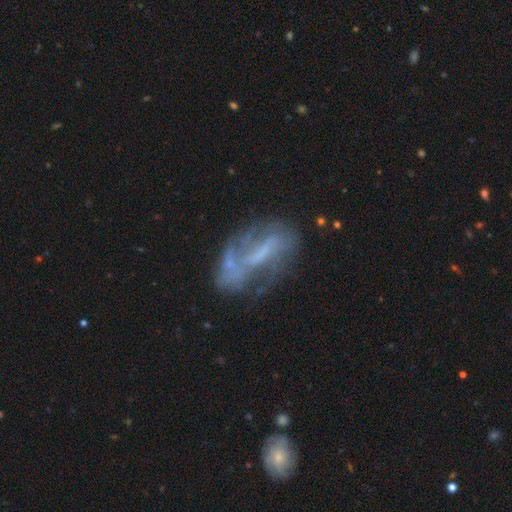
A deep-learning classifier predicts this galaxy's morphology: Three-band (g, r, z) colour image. It shows a featured or disk galaxy (68%) with a strong bar (35%), spiral arms (56%) and no central bulge (47%). Merging: none (47%).